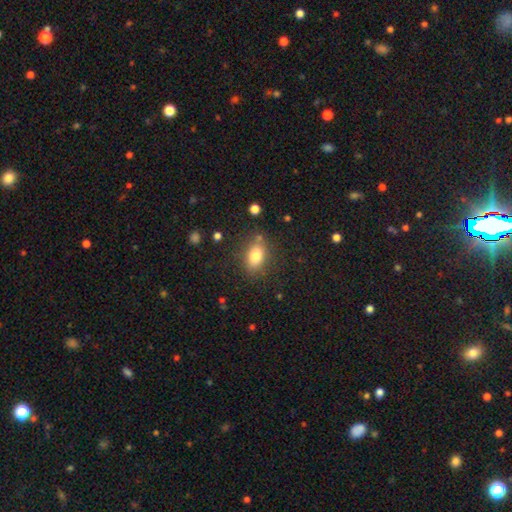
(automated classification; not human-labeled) A smooth galaxy with no disk features (81%) that is in between round and cigar-shaped (83%).

Vote fractions:
- Smooth or featured? smooth: 81% / featured or disk: 10% / star or artifact: 9%
- How rounded? in between: 83% / round: 14% / cigar-shaped: 3%
- Merging? none: 77% / minor disturbance: 14% / major disturbance: 5% / merger: 4%